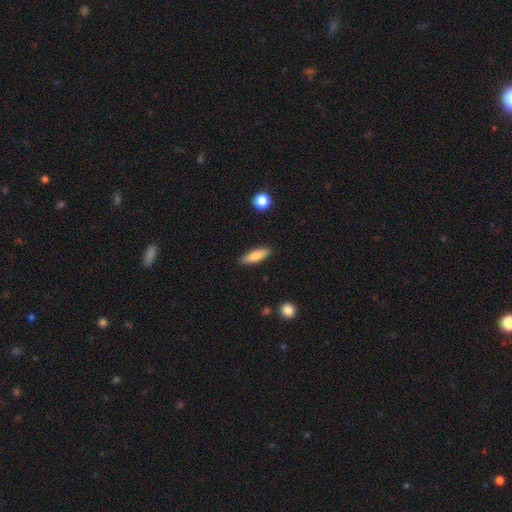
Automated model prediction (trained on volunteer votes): Q: Smooth or featured?
A: smooth (76%); runner-up: featured or disk (18%)
Q: How rounded?
A: in between (49%); tied with: cigar-shaped (49%)
Q: Merging?
A: none (88%); runner-up: minor disturbance (9%)